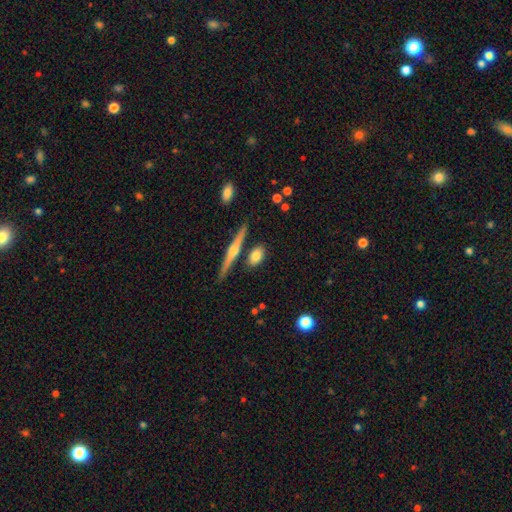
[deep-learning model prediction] Morphology: type=smooth (72%); roundness=in between (64%); merging=none (77%).